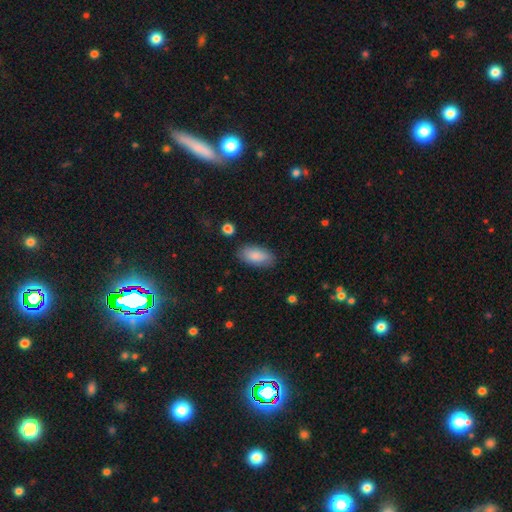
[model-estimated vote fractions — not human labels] smooth 87%, featured or disk 7%, star or artifact 6%. Down the decision tree: how rounded — in between (92%); merging — none (83%).